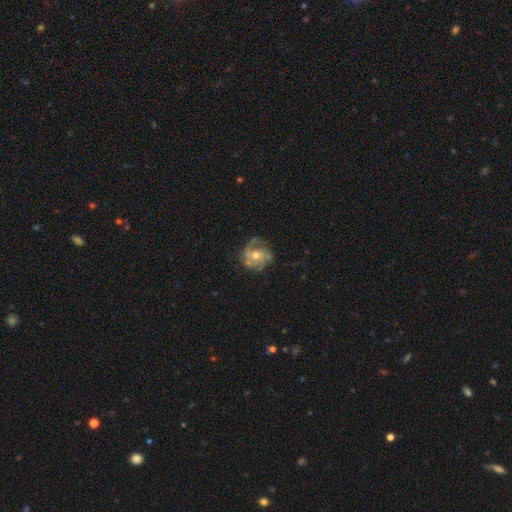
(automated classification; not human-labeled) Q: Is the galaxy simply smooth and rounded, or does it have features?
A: featured or disk — 78%.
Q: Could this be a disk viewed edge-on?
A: no — 98%.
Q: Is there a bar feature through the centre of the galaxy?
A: no — 62%.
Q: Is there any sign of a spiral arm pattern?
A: yes — 89%.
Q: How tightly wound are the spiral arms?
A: medium — 45%.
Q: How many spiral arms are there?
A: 2 — 37%.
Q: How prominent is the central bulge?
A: moderate — 61%.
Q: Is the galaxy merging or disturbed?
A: none — 63%.